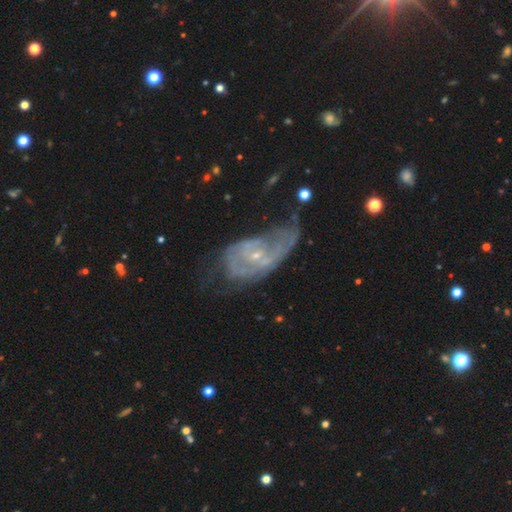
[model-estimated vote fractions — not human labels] Morphology: type=featured or disk (74%); edge-on=no (95%); bar=no (68%); spiral arms=yes (71%); bulge=small (79%); merging=major disturbance (41%).